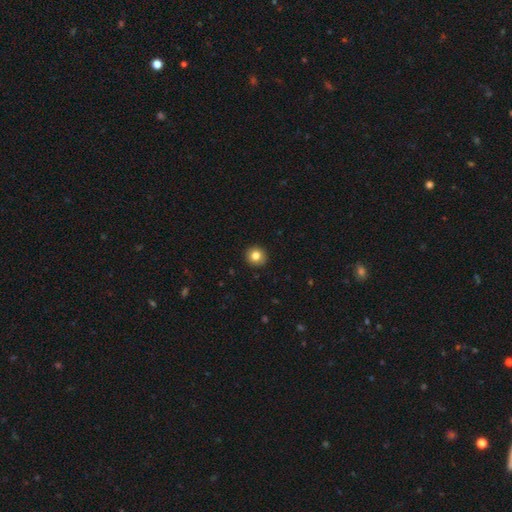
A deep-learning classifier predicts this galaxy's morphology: A smooth galaxy with no disk features (82%) that is round (92%).

Vote fractions:
- Smooth or featured? smooth: 82% / star or artifact: 10% / featured or disk: 8%
- How rounded? round: 92% / in between: 7% / cigar-shaped: 1%
- Merging? none: 93% / minor disturbance: 5% / major disturbance: 1% / merger: 1%